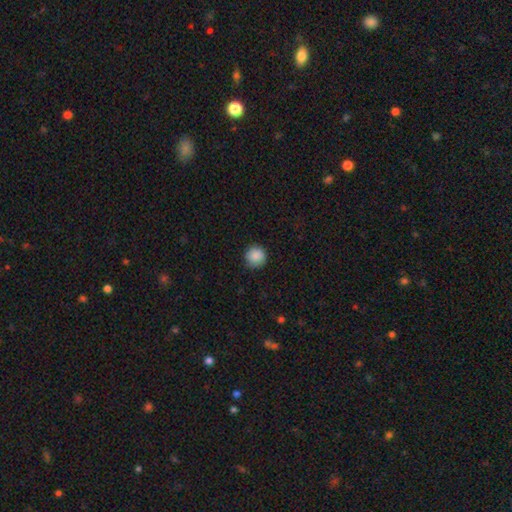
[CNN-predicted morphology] type=smooth (88%); roundness=round (94%); merging=none (87%).